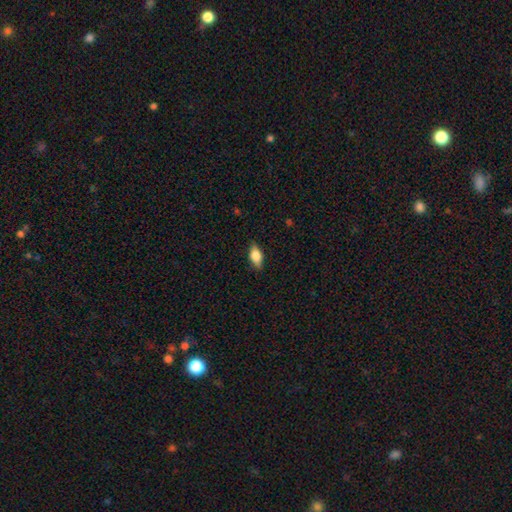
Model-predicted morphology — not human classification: A smooth galaxy with no disk features (73%) that is in between round and cigar-shaped (84%). Merging: none (85%).